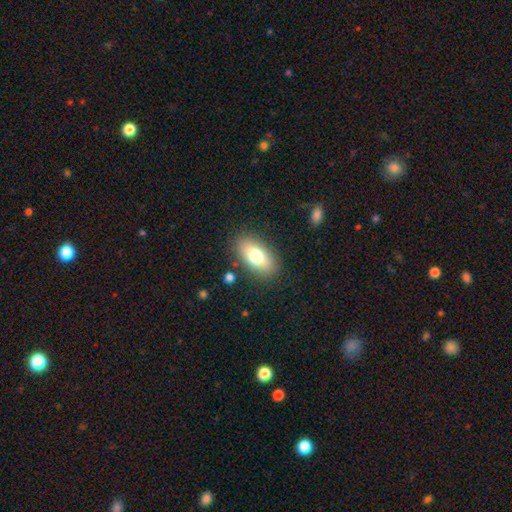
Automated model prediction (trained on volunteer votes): Q: Smooth or featured?
A: smooth (74%); runner-up: featured or disk (18%)
Q: How rounded?
A: in between (90%); runner-up: cigar-shaped (5%)
Q: Merging?
A: none (85%); runner-up: minor disturbance (10%)